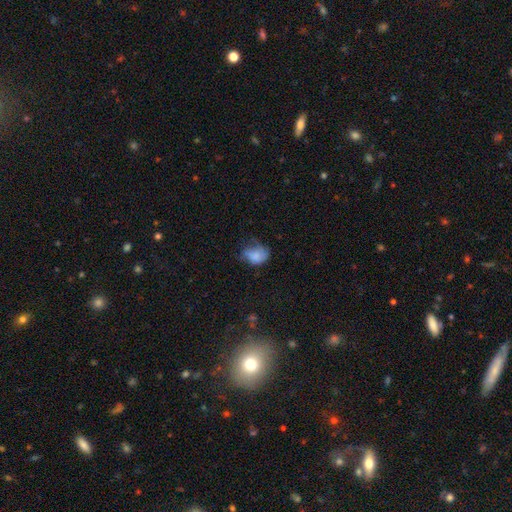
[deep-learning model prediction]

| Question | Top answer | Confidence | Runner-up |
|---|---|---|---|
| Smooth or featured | smooth | 74% | featured or disk (17%) |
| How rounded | in between | 66% | round (33%) |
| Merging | none | 38% | minor disturbance (36%) |